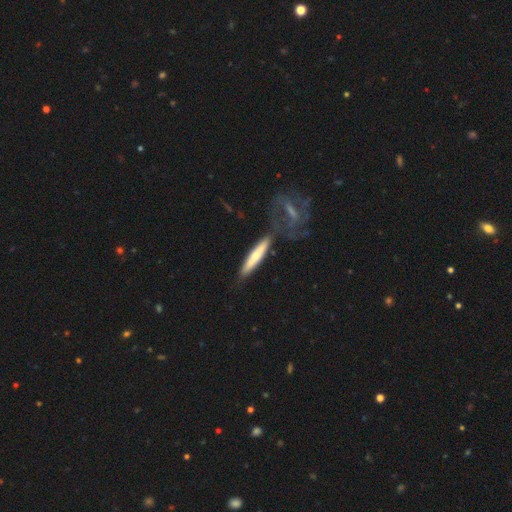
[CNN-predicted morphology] type=smooth (55%); roundness=cigar-shaped (87%); merging=none (72%).